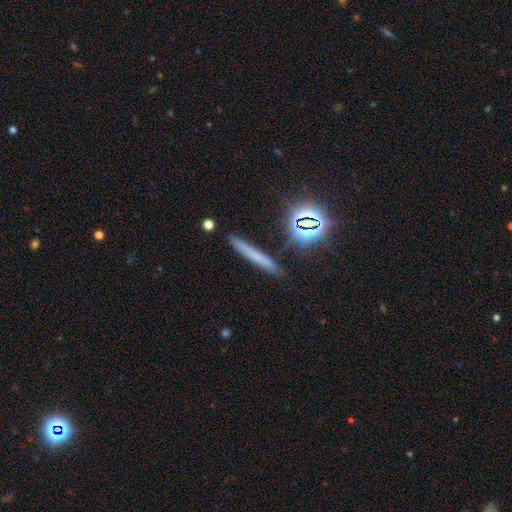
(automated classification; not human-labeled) Overall: smooth (55%; featured or disk 24%). How rounded: cigar-shaped (92%). Merging: none (87%).